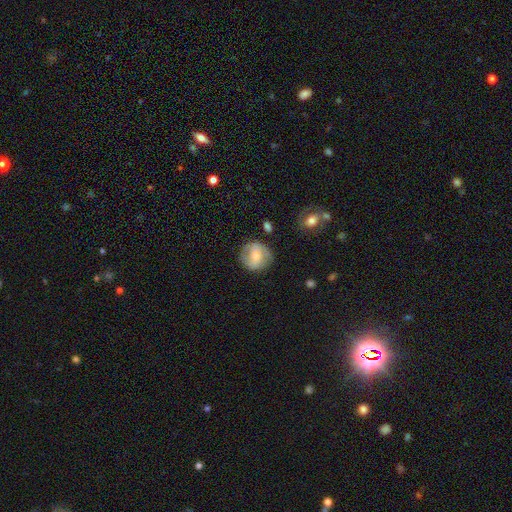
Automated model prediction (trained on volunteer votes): A smooth galaxy with no disk features (49%). Merging: none (78%).